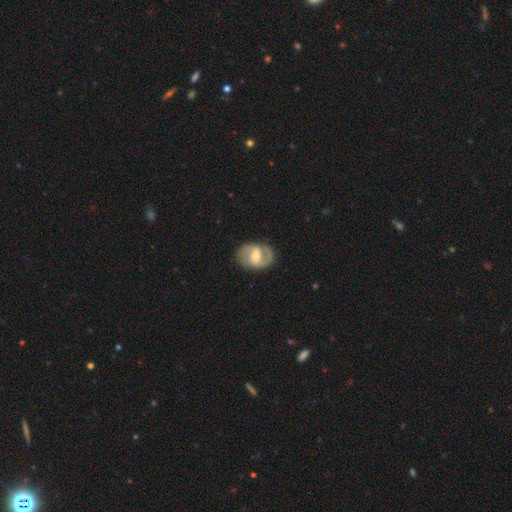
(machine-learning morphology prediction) Q: Smooth or featured?
A: featured or disk (75%); runner-up: smooth (20%)
Q: Edge-on disk?
A: no (97%); runner-up: yes (3%)
Q: Bar?
A: weak (50%); runner-up: strong (31%)
Q: Spiral arms?
A: yes (84%); runner-up: no (16%)
Q: Spiral winding?
A: medium (50%); runner-up: tight (26%)
Q: Spiral arm count?
A: 2 (87%); runner-up: can't tell (7%)
Q: Bulge size?
A: moderate (63%); runner-up: small (29%)
Q: Merging?
A: none (81%); runner-up: minor disturbance (13%)